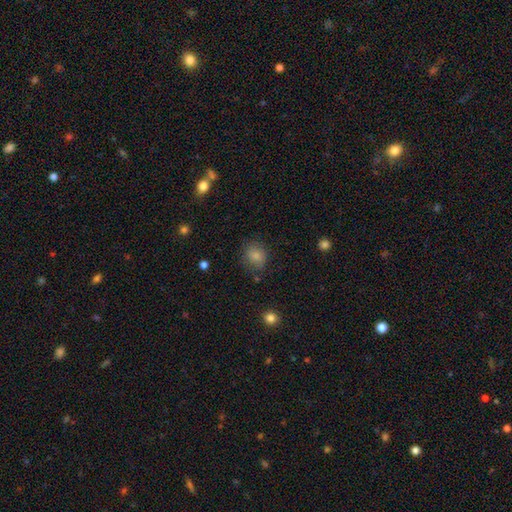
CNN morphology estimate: Smooth or featured?
  - smooth: 83% *
  - star or artifact: 11%
  - featured or disk: 6%
How rounded?
  - round: 66% *
  - in between: 33%
  - cigar-shaped: 1%
Merging?
  - none: 75% *
  - minor disturbance: 17%
  - major disturbance: 5%
  - merger: 2%